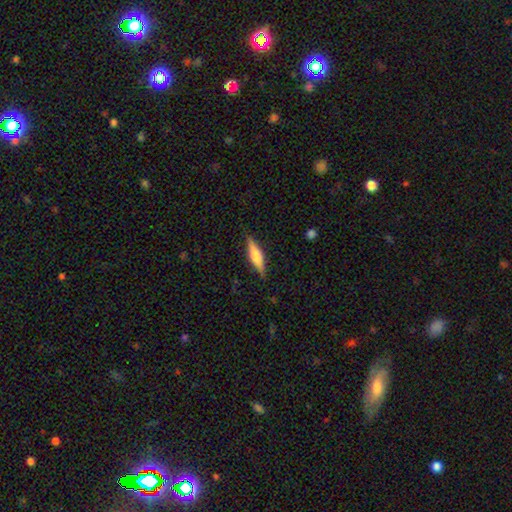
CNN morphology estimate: type=smooth (48%); merging=none (87%).